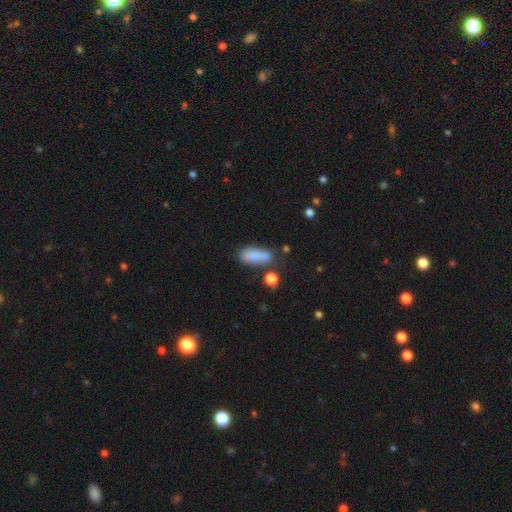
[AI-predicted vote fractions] This appears to be a smooth galaxy with no disk features (81%) that is in between round and cigar-shaped (73%). Merging: none (56%).